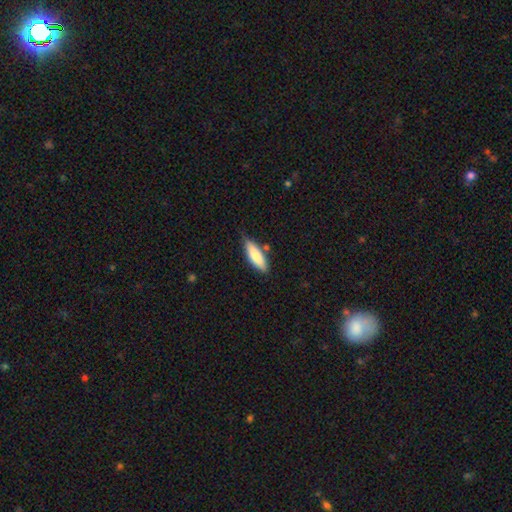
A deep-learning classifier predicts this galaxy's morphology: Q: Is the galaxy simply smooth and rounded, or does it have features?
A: smooth — 80%.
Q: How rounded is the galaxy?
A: in between — 52%.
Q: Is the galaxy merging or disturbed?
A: none — 76%.